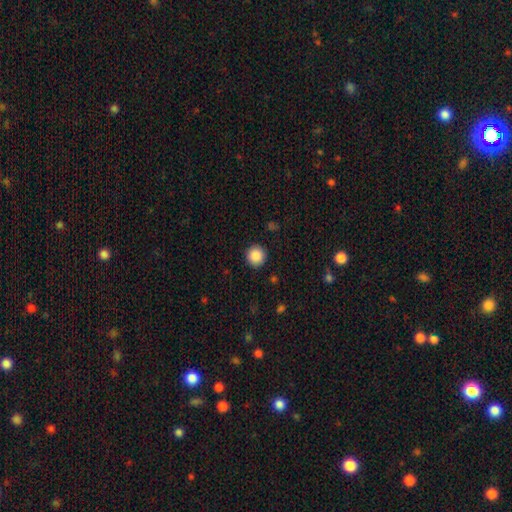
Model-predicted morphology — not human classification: Q: Smooth or featured?
A: smooth (88%); runner-up: star or artifact (9%)
Q: How rounded?
A: round (94%); runner-up: in between (5%)
Q: Merging?
A: none (91%); runner-up: minor disturbance (6%)